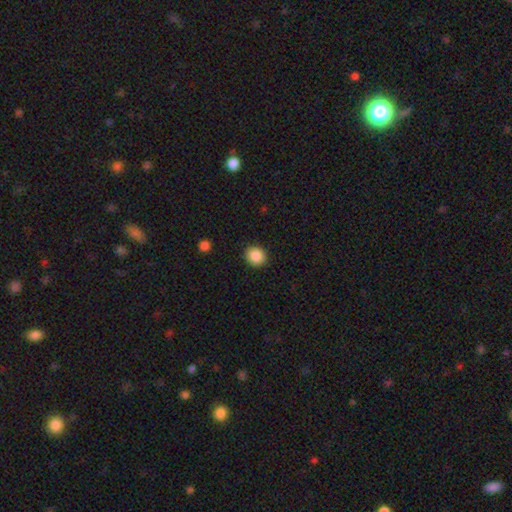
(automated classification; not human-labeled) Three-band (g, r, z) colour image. It shows a smooth galaxy with no disk features (88%) that is round (82%). Merging: none (91%).